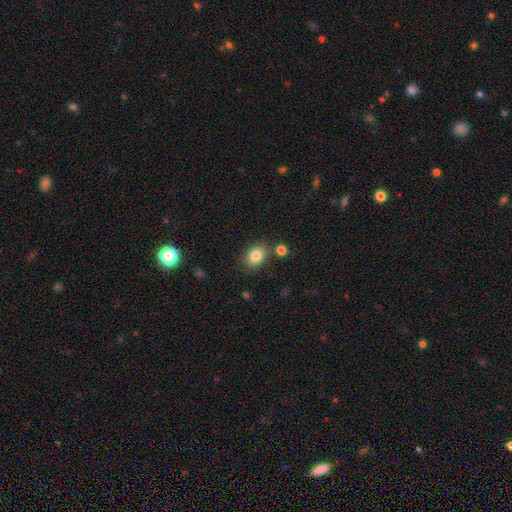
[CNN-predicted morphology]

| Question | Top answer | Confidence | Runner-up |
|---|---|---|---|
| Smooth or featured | smooth | 83% | star or artifact (9%) |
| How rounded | in between | 63% | round (36%) |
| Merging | none | 77% | minor disturbance (12%) |